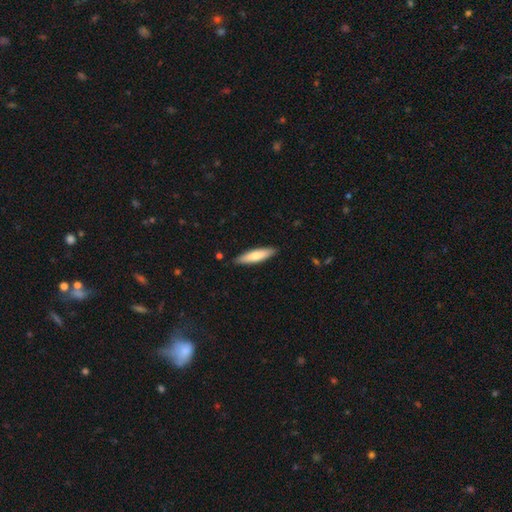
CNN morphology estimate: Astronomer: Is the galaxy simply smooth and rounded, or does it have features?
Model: smooth — 71%.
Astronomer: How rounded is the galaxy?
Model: cigar-shaped — 70%.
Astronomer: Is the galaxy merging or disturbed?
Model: none — 87%.